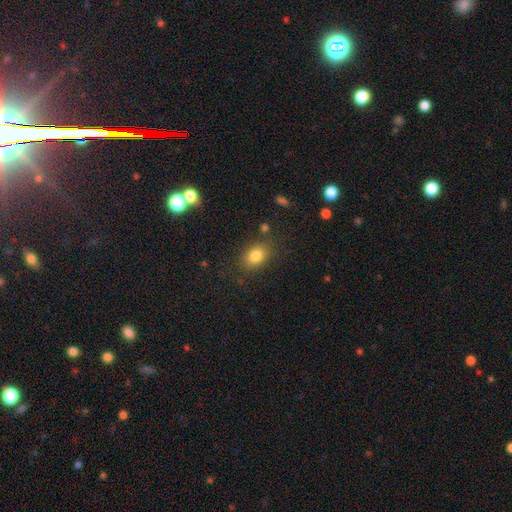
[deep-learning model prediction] A smooth galaxy with no disk features (81%) that is in between round and cigar-shaped (71%). Merging: none (81%).